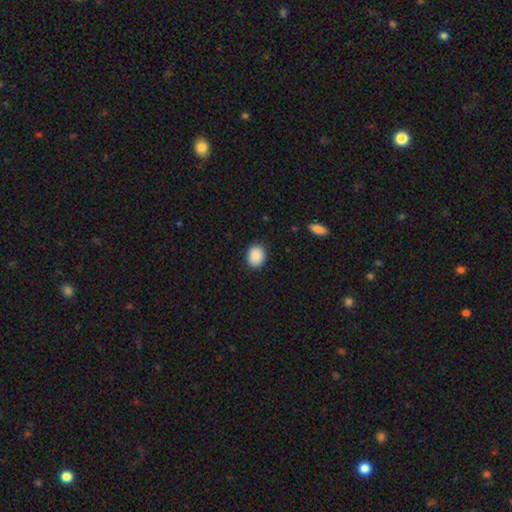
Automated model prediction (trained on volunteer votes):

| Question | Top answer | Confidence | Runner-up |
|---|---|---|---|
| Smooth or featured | smooth | 89% | star or artifact (8%) |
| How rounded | round | 57% | in between (42%) |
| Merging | none | 88% | minor disturbance (9%) |